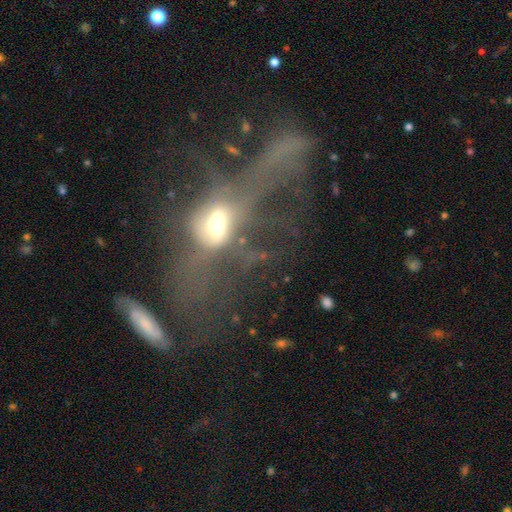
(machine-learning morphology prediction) smooth_or_featured: featured or disk (p=0.51) [alt: smooth p=0.27]
disk_edge_on: no (p=0.82) [alt: yes p=0.18]
merging: major disturbance (p=0.59) [alt: merger p=0.21]